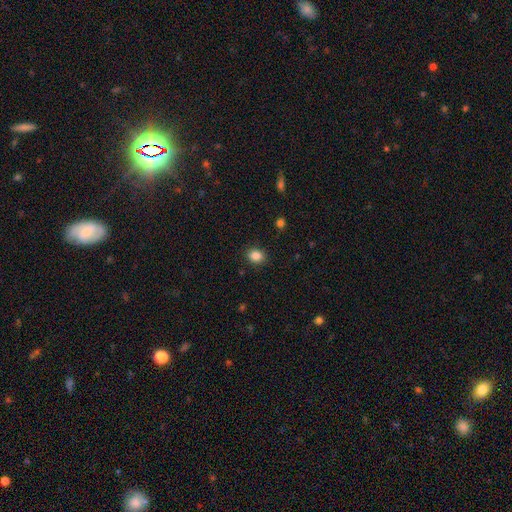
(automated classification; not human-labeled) Smooth or featured?
  - smooth: 85% *
  - star or artifact: 10%
  - featured or disk: 4%
How rounded?
  - round: 55% *
  - in between: 44%
  - cigar-shaped: 1%
Merging?
  - none: 89% *
  - minor disturbance: 8%
  - major disturbance: 2%
  - merger: 1%